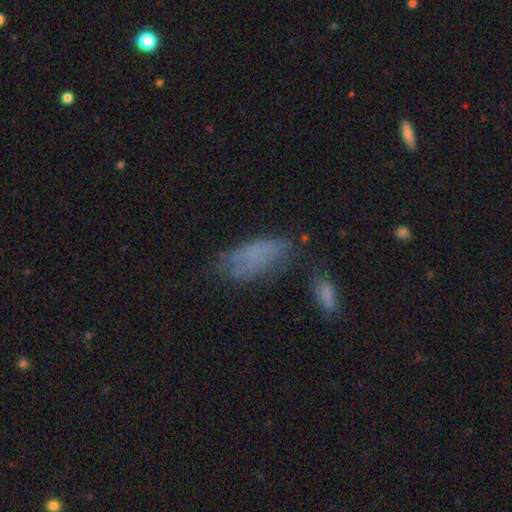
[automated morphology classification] Smooth or featured: smooth — 66% (featured or disk — 21%)
How rounded: in between — 78% (cigar-shaped — 19%)
Merging: none — 49% (minor disturbance — 26%)